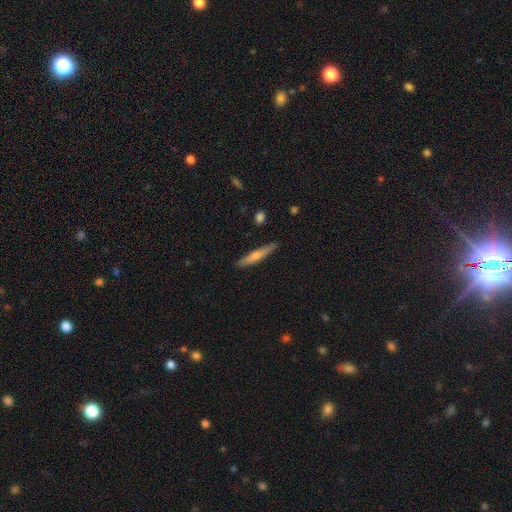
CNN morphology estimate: This is possibly a smooth galaxy (59%). How rounded: clearly cigar-shaped (91%). Merging: clearly none (88%).